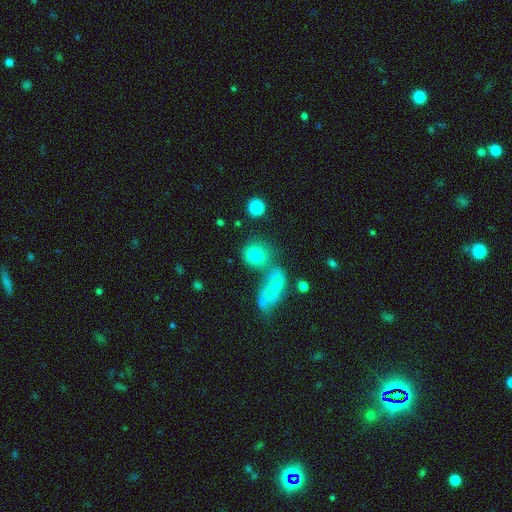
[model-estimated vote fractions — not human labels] This is likely a smooth galaxy (74%). How rounded: likely round (78%). Merging: possibly none (52%).